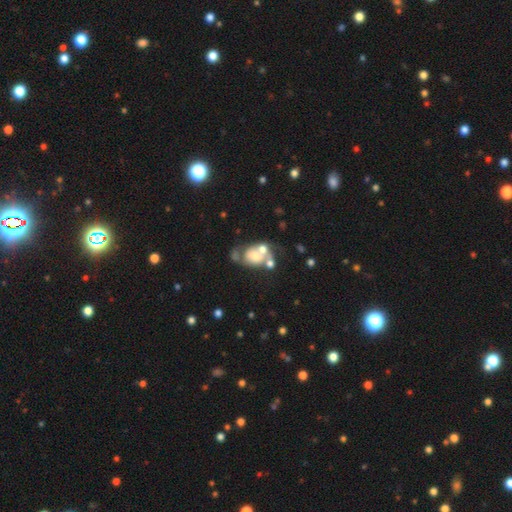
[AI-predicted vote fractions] smooth_or_featured: featured or disk (p=0.49) [alt: smooth p=0.40]
merging: merger (p=0.42) [alt: none p=0.25]